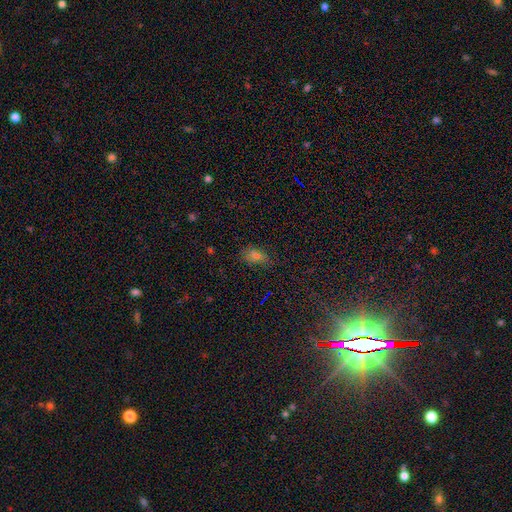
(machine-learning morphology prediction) smooth_or_featured: smooth (p=0.60) [alt: star or artifact p=0.30]
how_rounded: in between (p=0.82) [alt: round p=0.14]
merging: none (p=0.73) [alt: minor disturbance p=0.19]